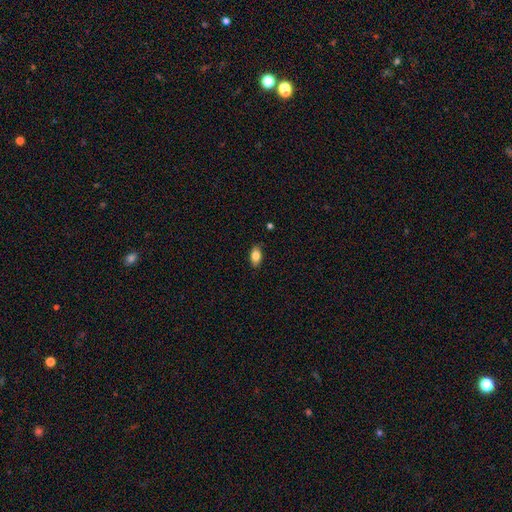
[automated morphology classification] This is clearly a smooth galaxy (83%). How rounded: clearly in between (90%). Merging: clearly none (86%).